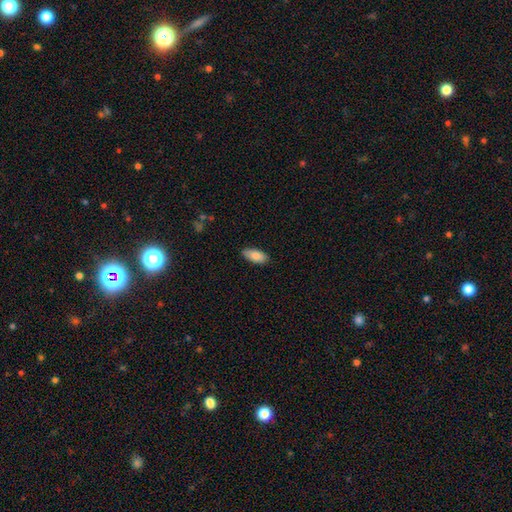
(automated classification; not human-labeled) Overall: smooth (84%). How rounded: in between (90%). Merging: none (86%).